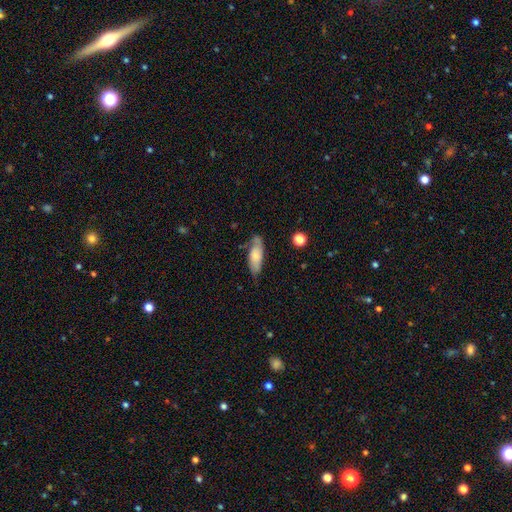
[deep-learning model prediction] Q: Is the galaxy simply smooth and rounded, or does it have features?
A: smooth — 55%.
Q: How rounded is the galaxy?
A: in between — 72%.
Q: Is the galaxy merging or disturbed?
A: none — 60%.